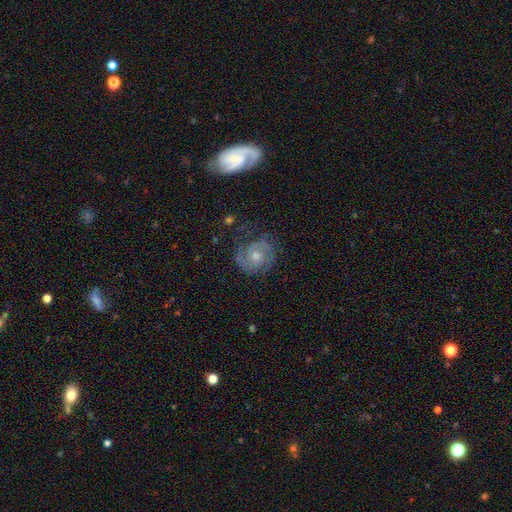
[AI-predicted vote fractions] smooth_or_featured: featured or disk (p=0.81) [alt: smooth p=0.11]
disk_edge_on: no (p=0.97) [alt: yes p=0.03]
bar: no (p=0.70) [alt: weak p=0.25]
has_spiral_arms: yes (p=0.95) [alt: no p=0.05]
spiral_winding: tight (p=0.56) [alt: medium p=0.37]
spiral_arm_count: 2 (p=0.73) [alt: can't tell p=0.11]
bulge_size: moderate (p=0.55) [alt: small p=0.39]
merging: none (p=0.76) [alt: minor disturbance p=0.15]